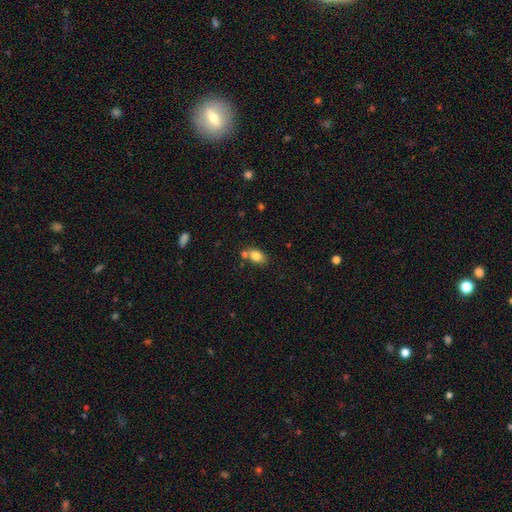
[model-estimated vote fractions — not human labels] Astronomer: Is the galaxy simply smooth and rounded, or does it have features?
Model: smooth — 80%.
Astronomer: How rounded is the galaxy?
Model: in between — 81%.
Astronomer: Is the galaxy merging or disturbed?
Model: none — 59%.